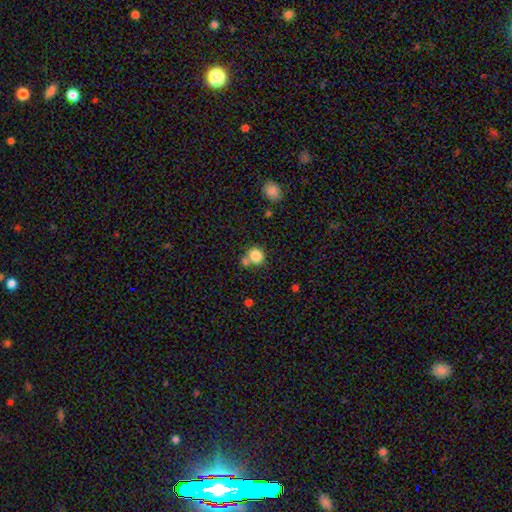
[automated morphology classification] Overall: smooth (84%). How rounded: round (86%). Merging: none (56%; merger 29%).